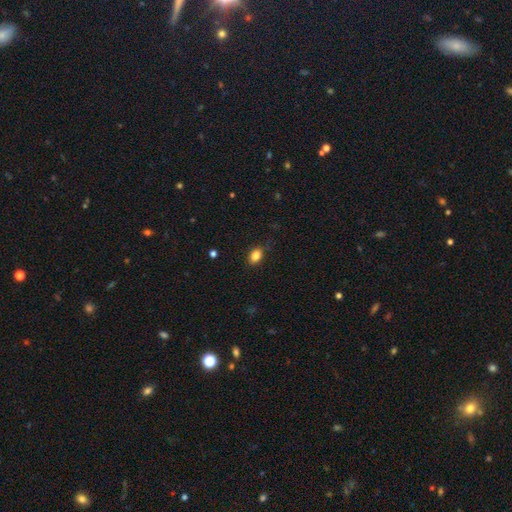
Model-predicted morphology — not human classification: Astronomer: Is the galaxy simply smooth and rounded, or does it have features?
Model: smooth — 85%.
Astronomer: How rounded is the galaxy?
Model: in between — 74%.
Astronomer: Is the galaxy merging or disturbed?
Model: none — 82%.